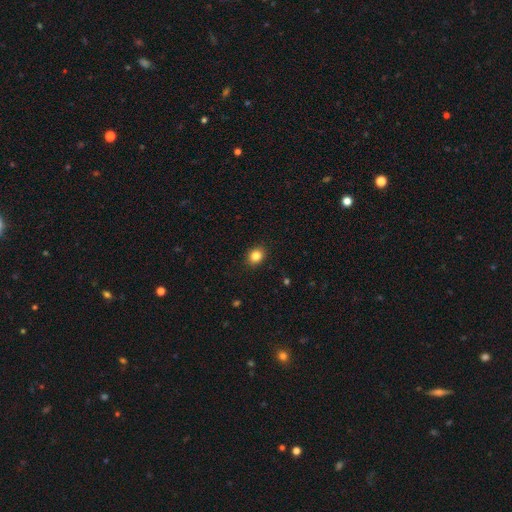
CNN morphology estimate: A smooth galaxy with no disk features (84%) that is round (60%). Merging: none (90%).